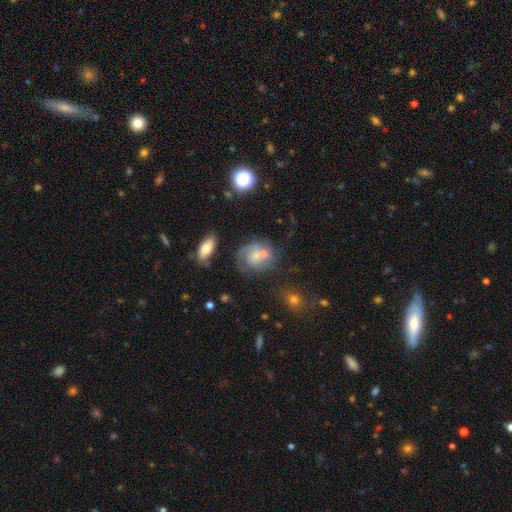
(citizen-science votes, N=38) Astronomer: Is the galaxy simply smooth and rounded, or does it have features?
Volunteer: featured or disk — 55% (runner-up: smooth, 42%).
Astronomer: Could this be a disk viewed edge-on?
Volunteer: no — 90%.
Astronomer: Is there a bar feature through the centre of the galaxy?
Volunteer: no — 84%.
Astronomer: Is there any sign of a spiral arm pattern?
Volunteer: yes — 84%.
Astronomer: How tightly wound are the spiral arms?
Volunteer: tight — 38% (runner-up: medium, 31%).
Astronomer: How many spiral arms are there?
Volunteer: can't tell — 31% (runner-up: 1, 25%).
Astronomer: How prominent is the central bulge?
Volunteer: small — 68%.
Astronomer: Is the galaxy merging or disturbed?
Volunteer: none — 46% (runner-up: major disturbance, 22%).